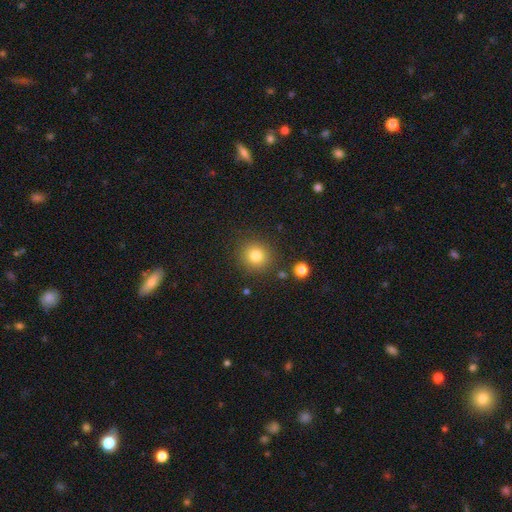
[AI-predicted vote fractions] Overall: smooth (82%). How rounded: round (90%). Merging: none (87%).